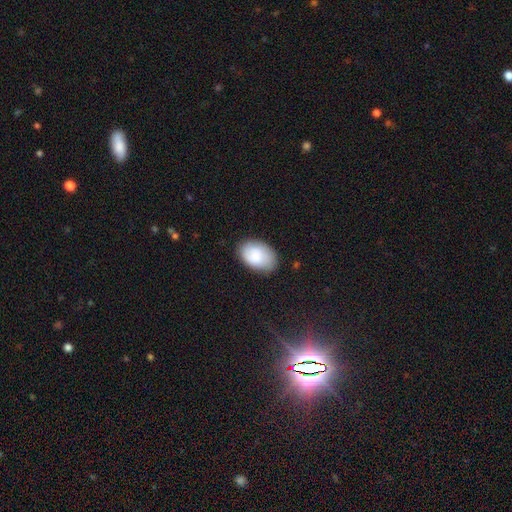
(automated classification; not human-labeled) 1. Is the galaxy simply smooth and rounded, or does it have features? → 84% smooth, 10% featured or disk, 6% star or artifact.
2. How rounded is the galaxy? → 88% in between, 11% round, 1% cigar-shaped.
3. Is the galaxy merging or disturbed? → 78% none, 17% minor disturbance, 4% major disturbance, 1% merger.